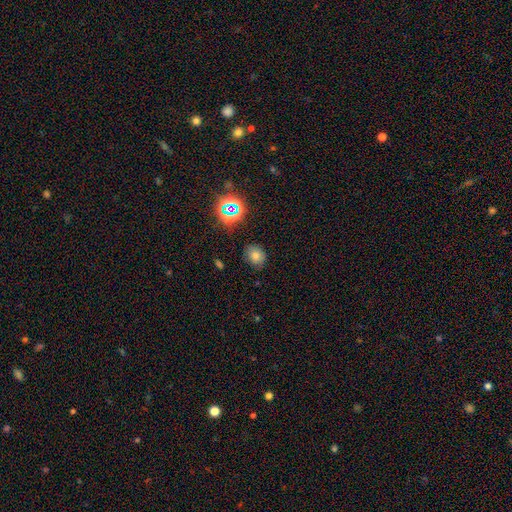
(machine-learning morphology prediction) The model was most divided on "how rounded": round: 58%, in between: 41%, cigar-shaped: 1%. More confident: merging — none (78%); smooth or featured — smooth (68%).